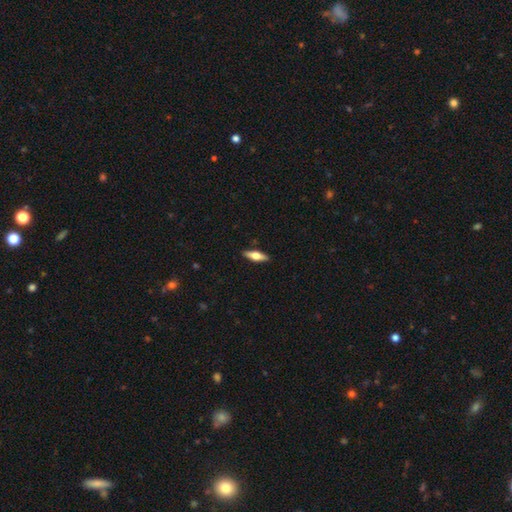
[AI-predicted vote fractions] This is possibly a smooth galaxy (50%). Merging: clearly none (90%).